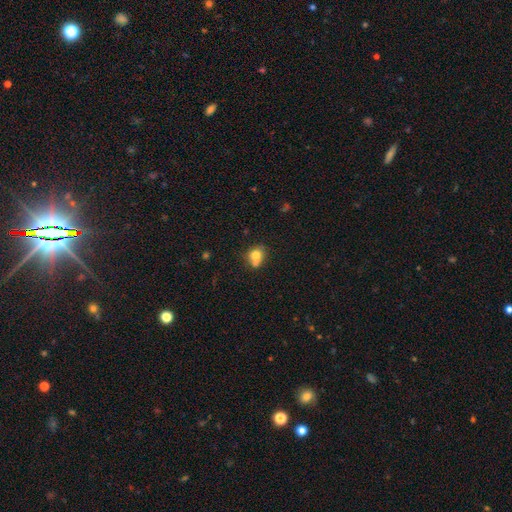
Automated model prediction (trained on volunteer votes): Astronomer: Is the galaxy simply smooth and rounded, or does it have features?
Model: smooth — 72%.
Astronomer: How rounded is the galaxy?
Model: round — 60% (runner-up: in between, 39%).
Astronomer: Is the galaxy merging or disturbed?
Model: none — 42% (runner-up: merger, 31%).